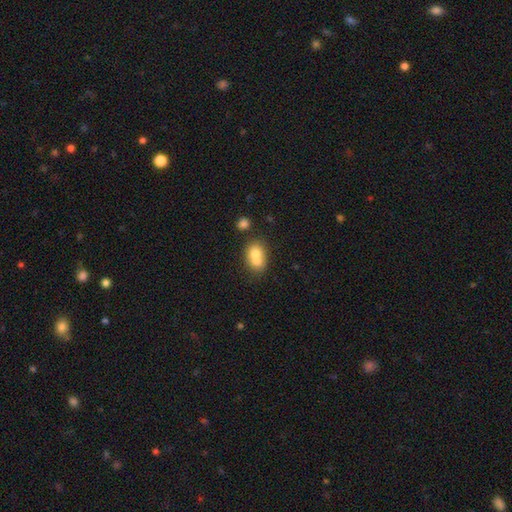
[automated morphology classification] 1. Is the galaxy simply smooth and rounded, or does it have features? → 72% smooth, 19% featured or disk, 9% star or artifact.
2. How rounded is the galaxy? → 55% in between, 44% round, 1% cigar-shaped.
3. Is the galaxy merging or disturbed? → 60% merger, 29% none, 8% minor disturbance, 3% major disturbance.